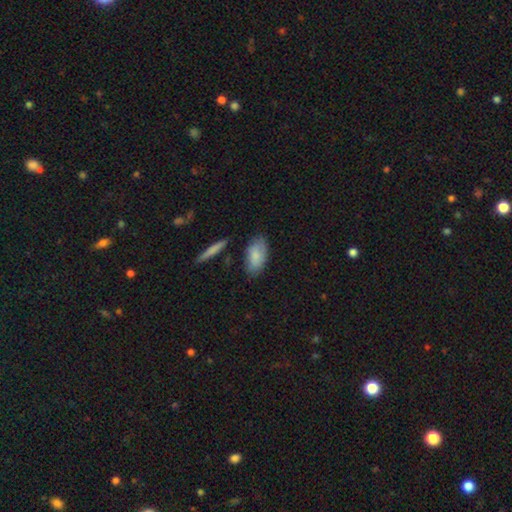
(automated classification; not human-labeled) Overall: smooth (81%). How rounded: in between (91%). Merging: none (76%).